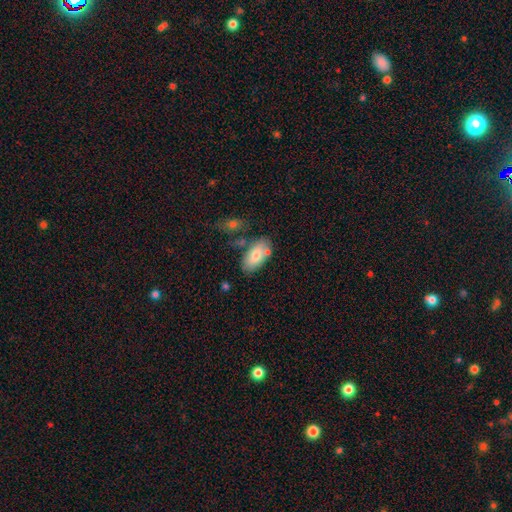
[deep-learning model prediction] Smooth or featured: smooth — 75% (featured or disk — 19%)
How rounded: in between — 93% (cigar-shaped — 4%)
Merging: none — 69% (minor disturbance — 16%)